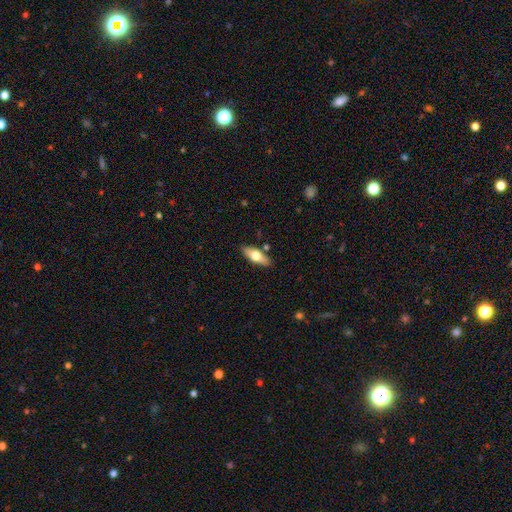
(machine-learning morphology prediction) Smooth or featured: smooth — 56% (featured or disk — 38%)
How rounded: in between — 66% (cigar-shaped — 30%)
Merging: none — 85% (minor disturbance — 10%)